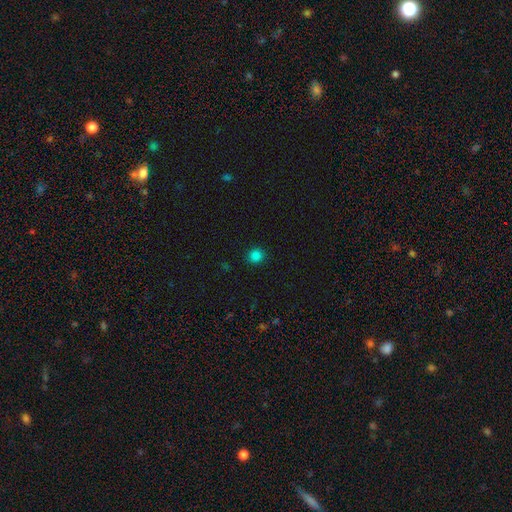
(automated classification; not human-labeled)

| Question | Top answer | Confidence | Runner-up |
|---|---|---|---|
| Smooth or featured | smooth | 82% | star or artifact (14%) |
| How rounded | round | 89% | in between (10%) |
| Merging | none | 92% | minor disturbance (6%) |